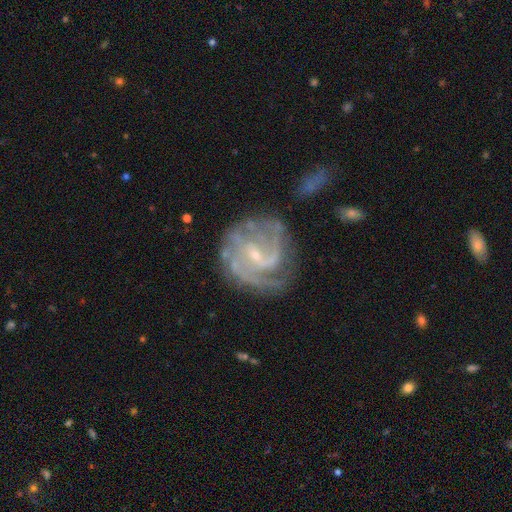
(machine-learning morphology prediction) smooth_or_featured: featured or disk (p=0.87) [alt: smooth p=0.07]
disk_edge_on: no (p=0.98) [alt: yes p=0.02]
bar: weak (p=0.51) [alt: no p=0.33]
has_spiral_arms: yes (p=0.95) [alt: no p=0.05]
spiral_winding: medium (p=0.44) [alt: tight p=0.40]
spiral_arm_count: 2 (p=0.35) [alt: can't tell p=0.24]
bulge_size: small (p=0.78) [alt: moderate p=0.16]
merging: none (p=0.62) [alt: minor disturbance p=0.20]